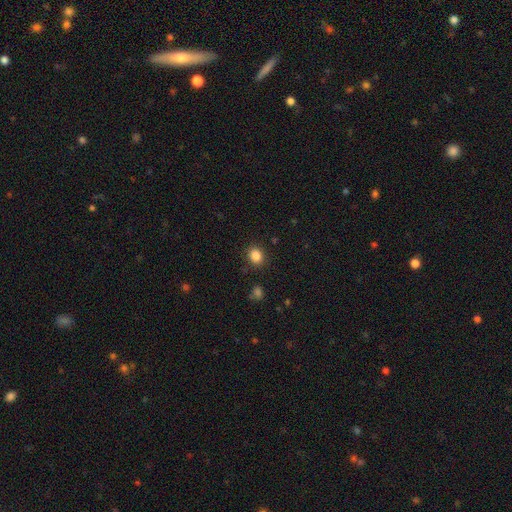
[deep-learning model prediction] Smooth or featured?
  - smooth: 85% *
  - star or artifact: 11%
  - featured or disk: 4%
How rounded?
  - round: 61% *
  - in between: 38%
  - cigar-shaped: 1%
Merging?
  - none: 87% *
  - minor disturbance: 8%
  - major disturbance: 3%
  - merger: 2%